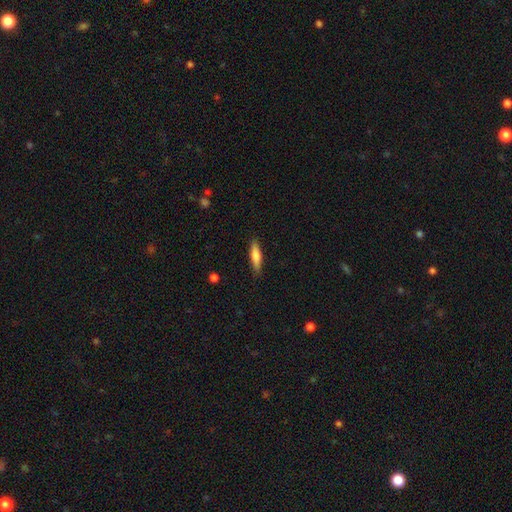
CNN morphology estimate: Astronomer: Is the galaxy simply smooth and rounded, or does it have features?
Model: smooth — 76%.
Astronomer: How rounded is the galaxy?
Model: cigar-shaped — 76%.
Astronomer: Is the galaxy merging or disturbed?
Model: none — 87%.